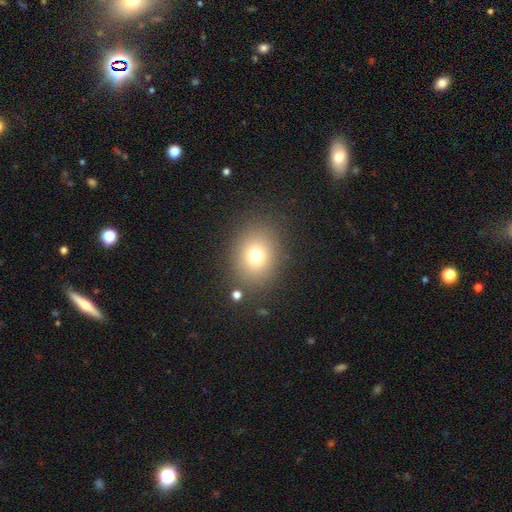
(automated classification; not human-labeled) A smooth galaxy with no disk features (73%) that is round (61%). Merging: none (84%).